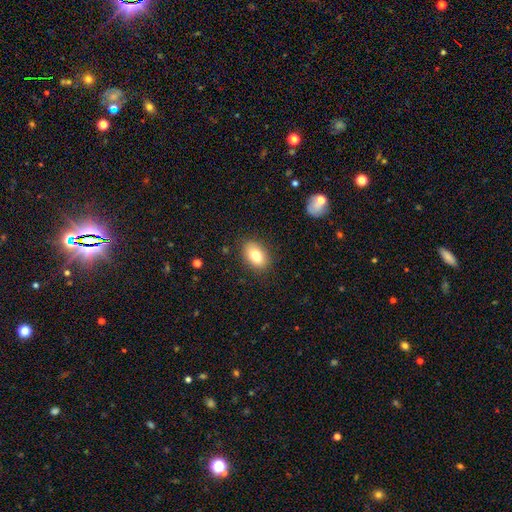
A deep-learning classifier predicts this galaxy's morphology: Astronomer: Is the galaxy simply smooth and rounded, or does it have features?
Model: smooth — 82%.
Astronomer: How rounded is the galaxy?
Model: in between — 87%.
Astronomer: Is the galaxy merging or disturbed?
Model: none — 84%.